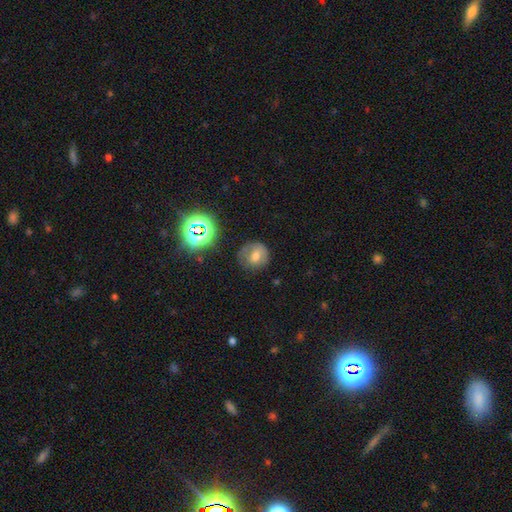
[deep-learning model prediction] smooth-or-featured: smooth: 60% | featured or disk: 24% | star or artifact: 16%
  how-rounded: round: 84% | in between: 15% | cigar-shaped: 1%
  merging: none: 71% | minor disturbance: 20% | major disturbance: 8% | merger: 2%